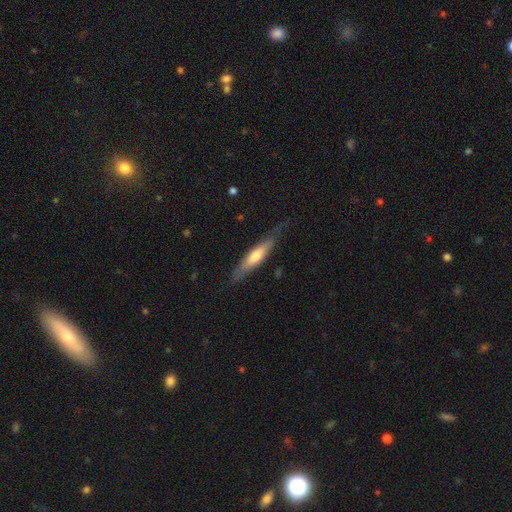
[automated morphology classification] type=smooth (49%); merging=none (66%).